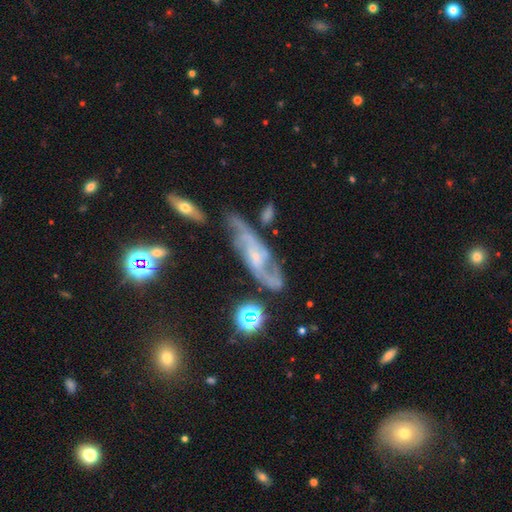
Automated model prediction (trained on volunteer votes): This is clearly a featured or disk galaxy (82%). It is clearly not viewed edge-on (86%). Bar: possibly no (50%). Spiral arm pattern: clearly yes (95%). Spiral arm count: likely 2 (65%). Spiral winding: possibly medium (49%). Central bulge: likely small (70%). Merging: likely none (62%).